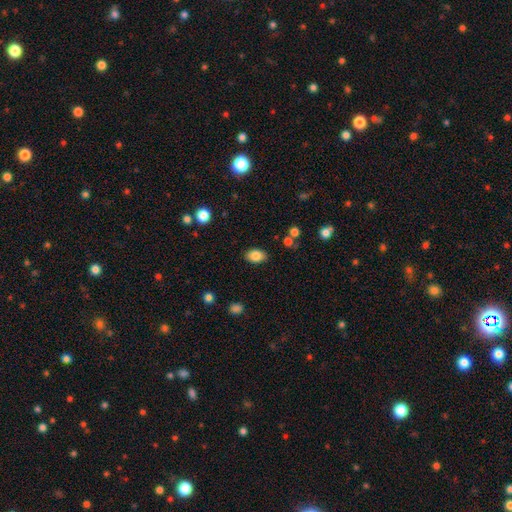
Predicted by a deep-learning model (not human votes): Overall: smooth (84%). How rounded: in between (84%). Merging: none (85%).